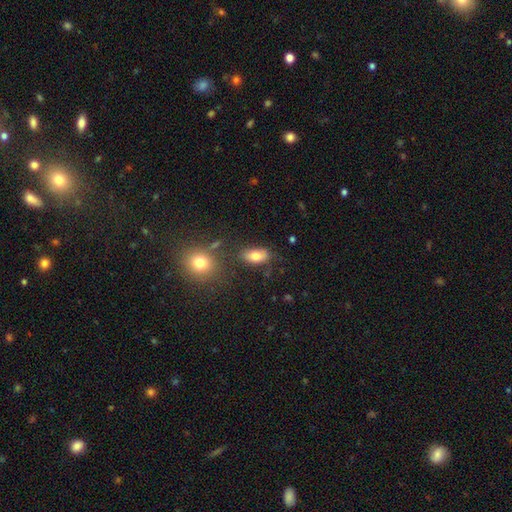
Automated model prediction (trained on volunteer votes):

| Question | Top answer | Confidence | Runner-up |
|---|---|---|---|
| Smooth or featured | smooth | 78% | featured or disk (12%) |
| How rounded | in between | 88% | round (7%) |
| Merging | none | 74% | minor disturbance (15%) |